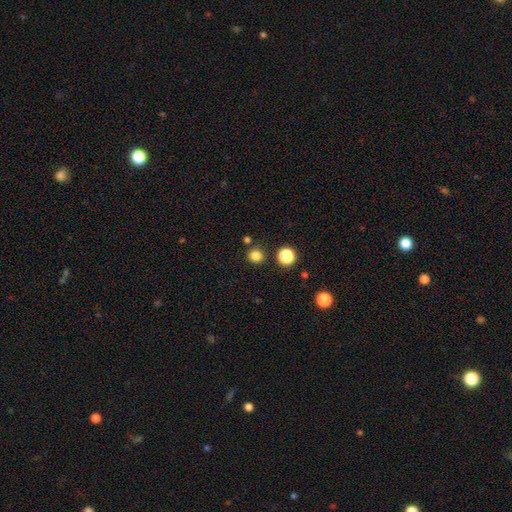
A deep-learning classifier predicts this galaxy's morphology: This appears to be a smooth galaxy with no disk features (81%) that is round (92%). Merging: none (86%).